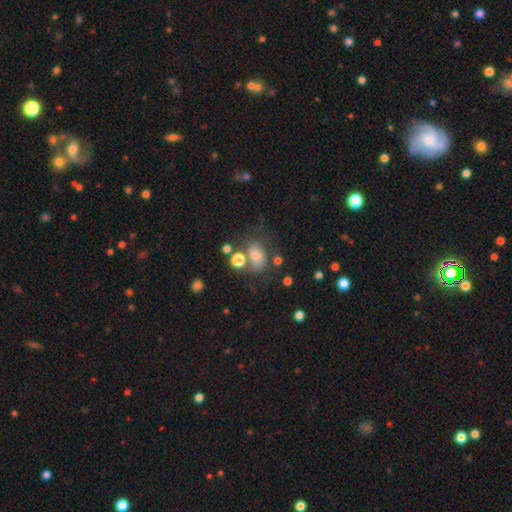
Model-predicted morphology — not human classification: This is likely a smooth galaxy (63%). How rounded: likely in between (66%). Merging: possibly none (54%).